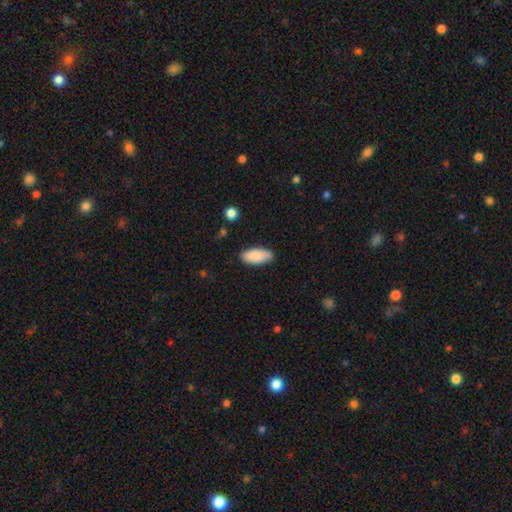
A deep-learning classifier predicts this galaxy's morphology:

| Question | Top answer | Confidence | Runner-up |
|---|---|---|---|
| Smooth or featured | smooth | 88% | star or artifact (6%) |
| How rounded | in between | 90% | cigar-shaped (8%) |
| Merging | none | 82% | minor disturbance (14%) |